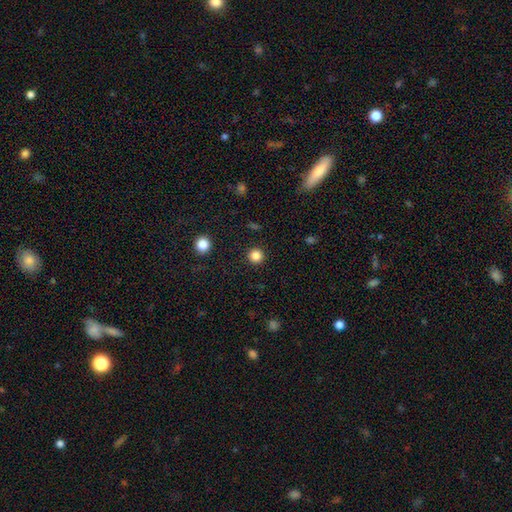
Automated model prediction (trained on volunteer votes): smooth_or_featured: smooth (p=0.84) [alt: star or artifact p=0.12]
how_rounded: round (p=0.95) [alt: in between p=0.04]
merging: none (p=0.93) [alt: minor disturbance p=0.04]